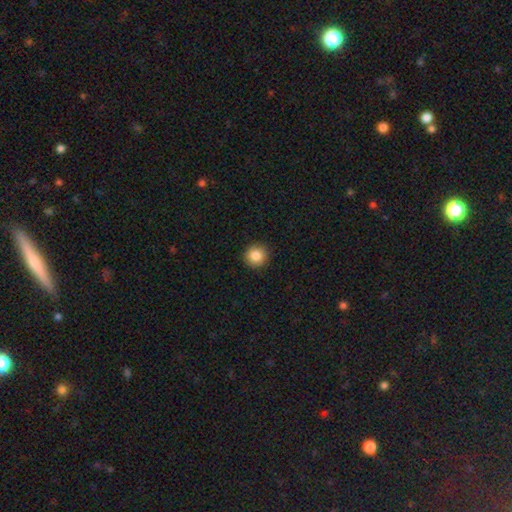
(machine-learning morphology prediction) type=smooth (85%); roundness=round (94%); merging=none (92%).